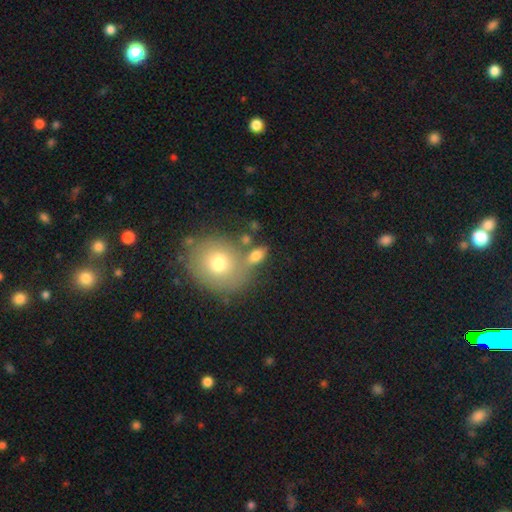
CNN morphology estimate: Overall: smooth (73%). How rounded: in between (69%). Merging: none (56%; merger 24%).